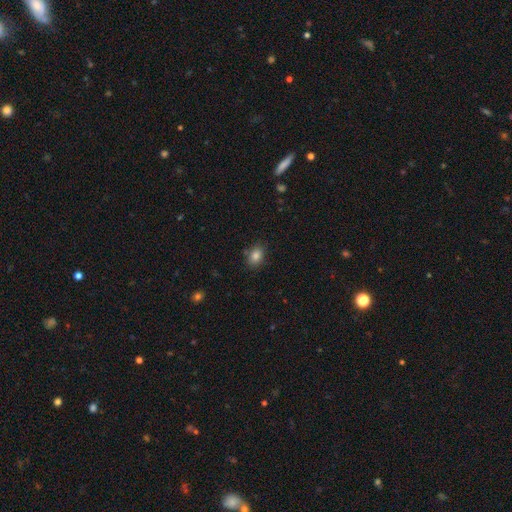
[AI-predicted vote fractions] This appears to be a smooth galaxy with no disk features (83%) that is in between round and cigar-shaped (75%). Merging: none (82%).